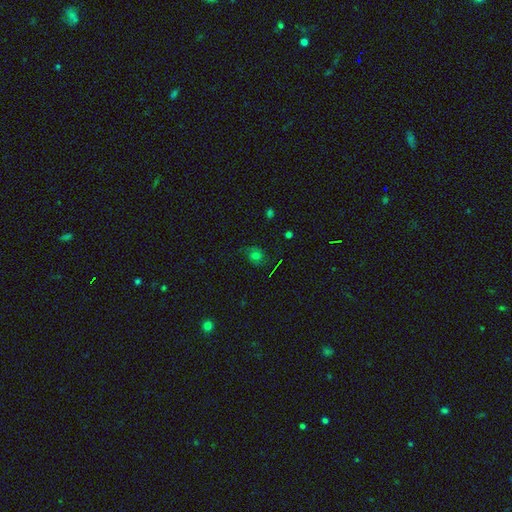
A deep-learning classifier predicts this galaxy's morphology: Smooth or featured: smooth — 44% (featured or disk — 35%)
Merging: none — 69% (minor disturbance — 20%)